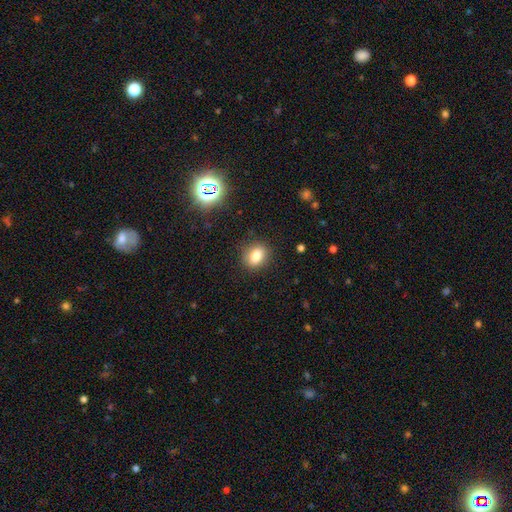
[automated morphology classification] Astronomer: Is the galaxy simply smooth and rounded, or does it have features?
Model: smooth — 80%.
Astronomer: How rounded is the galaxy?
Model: in between — 55% (runner-up: round, 43%).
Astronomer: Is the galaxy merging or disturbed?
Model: none — 87%.